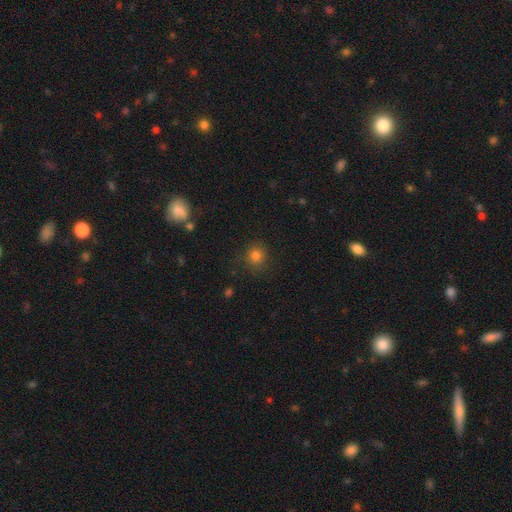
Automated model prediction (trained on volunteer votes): smooth-or-featured: smooth: 80% | star or artifact: 15% | featured or disk: 5%
  how-rounded: round: 89% | in between: 10% | cigar-shaped: 1%
  merging: none: 86% | minor disturbance: 9% | major disturbance: 3% | merger: 2%